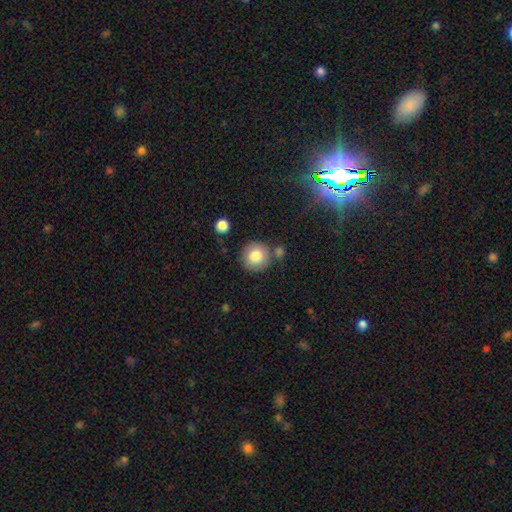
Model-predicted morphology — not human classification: Smooth or featured?
  - smooth: 81% *
  - featured or disk: 10%
  - star or artifact: 9%
How rounded?
  - round: 91% *
  - in between: 9%
  - cigar-shaped: 1%
Merging?
  - none: 77% *
  - minor disturbance: 11%
  - merger: 10%
  - major disturbance: 3%